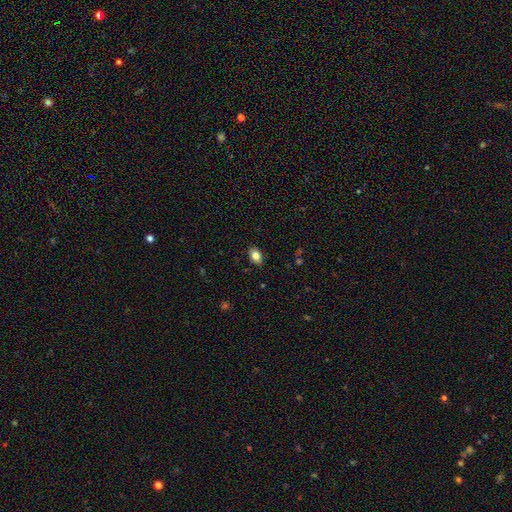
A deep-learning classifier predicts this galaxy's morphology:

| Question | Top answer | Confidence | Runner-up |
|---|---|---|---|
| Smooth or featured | smooth | 81% | featured or disk (10%) |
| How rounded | in between | 83% | round (15%) |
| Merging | none | 87% | minor disturbance (10%) |